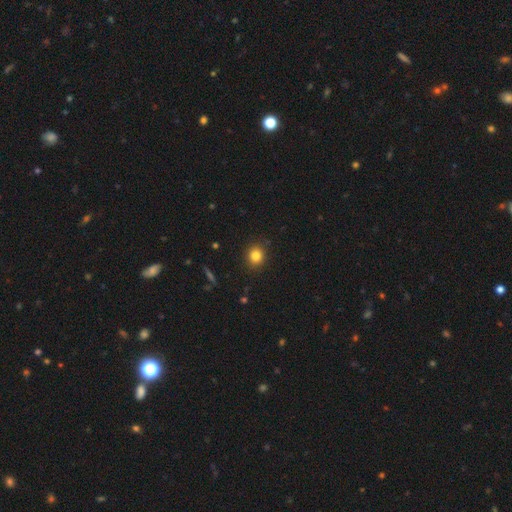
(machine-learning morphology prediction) This is clearly a smooth galaxy (82%). How rounded: clearly round (81%). Merging: clearly none (90%).